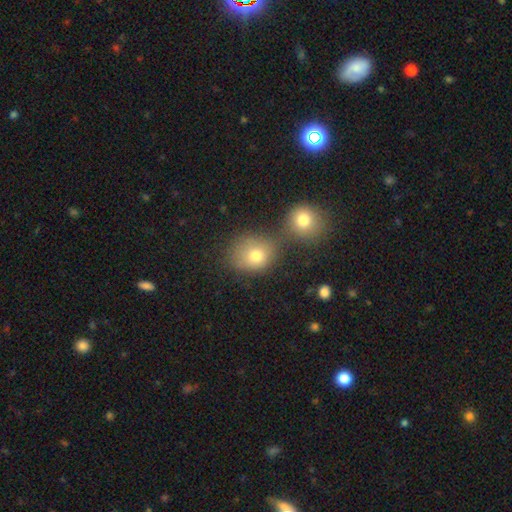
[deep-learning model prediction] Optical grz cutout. It shows a smooth galaxy with no disk features (76%) that is round (67%). Merging: none (47%).